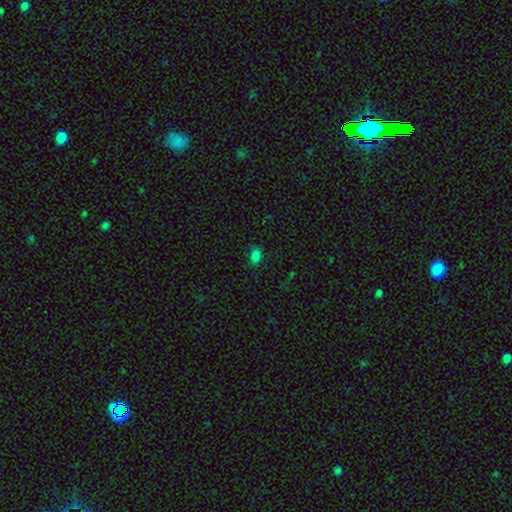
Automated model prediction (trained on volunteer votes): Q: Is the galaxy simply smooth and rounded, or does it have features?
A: smooth — 81%.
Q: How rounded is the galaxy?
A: in between — 85%.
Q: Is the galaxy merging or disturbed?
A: none — 80%.